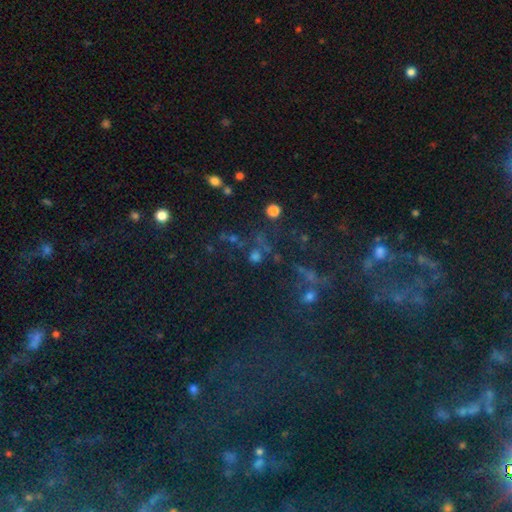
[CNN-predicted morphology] Smooth or featured: star or artifact — 46% (smooth — 43%)